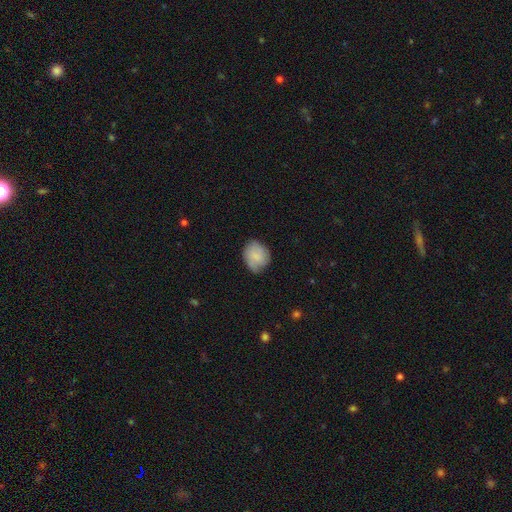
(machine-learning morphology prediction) This is likely a smooth galaxy (74%). How rounded: possibly round (53%). Merging: likely none (65%).